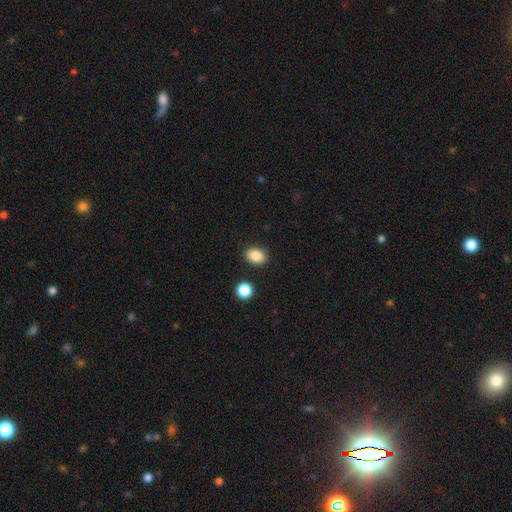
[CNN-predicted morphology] This is clearly a smooth galaxy (87%). How rounded: likely in between (77%). Merging: clearly none (86%).